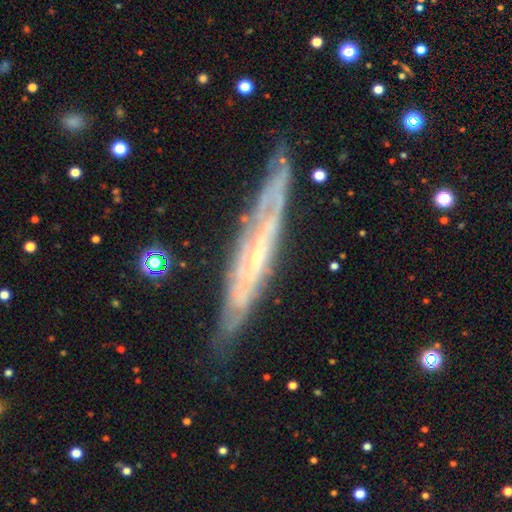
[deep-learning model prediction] The model was most divided on "edge-on disk": yes: 66%, no: 34%. More confident: smooth or featured — featured or disk (78%); merging — none (77%); edge-on bulge — none (71%).